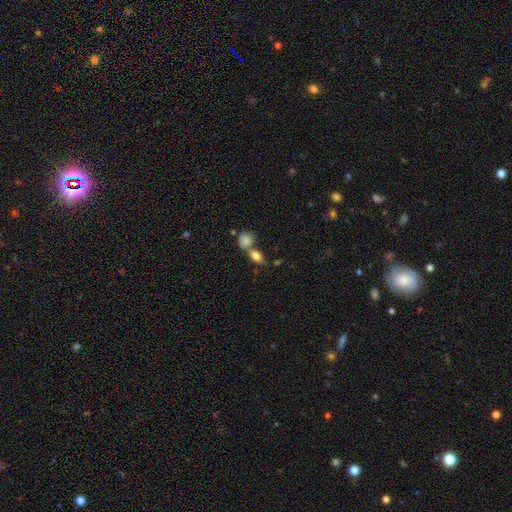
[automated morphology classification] A smooth galaxy with no disk features (77%) that is in between round and cigar-shaped (79%).

Vote fractions:
- Smooth or featured? smooth: 77% / featured or disk: 15% / star or artifact: 9%
- How rounded? in between: 79% / round: 13% / cigar-shaped: 8%
- Merging? none: 47% / merger: 38% / minor disturbance: 11% / major disturbance: 4%